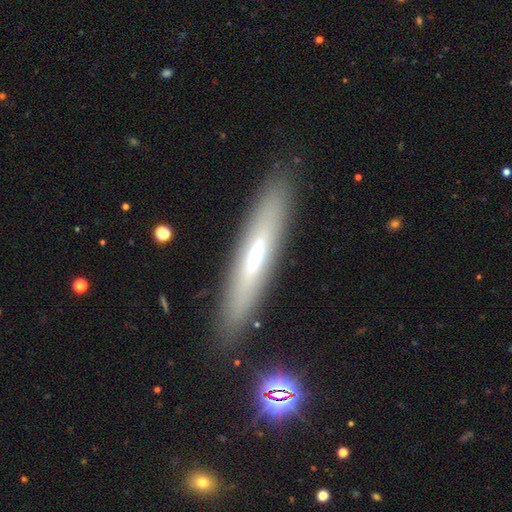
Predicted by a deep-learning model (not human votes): Q: Smooth or featured?
A: featured or disk (50%); runner-up: smooth (41%)
Q: Edge-on disk?
A: yes (78%); runner-up: no (22%)
Q: Merging?
A: none (88%); runner-up: minor disturbance (8%)